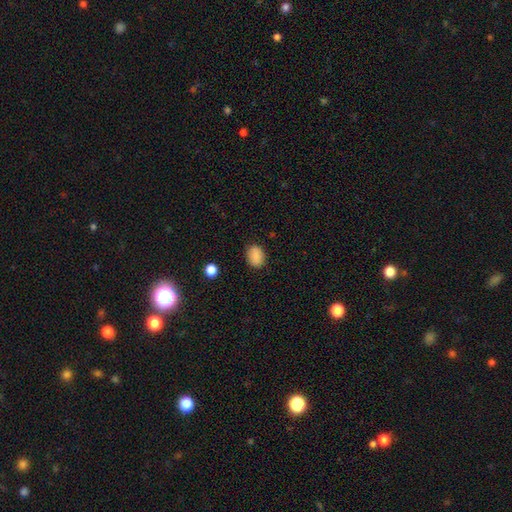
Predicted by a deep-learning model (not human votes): smooth_or_featured: smooth (p=0.87) [alt: star or artifact p=0.08]
how_rounded: in between (p=0.63) [alt: round p=0.36]
merging: none (p=0.86) [alt: minor disturbance p=0.11]